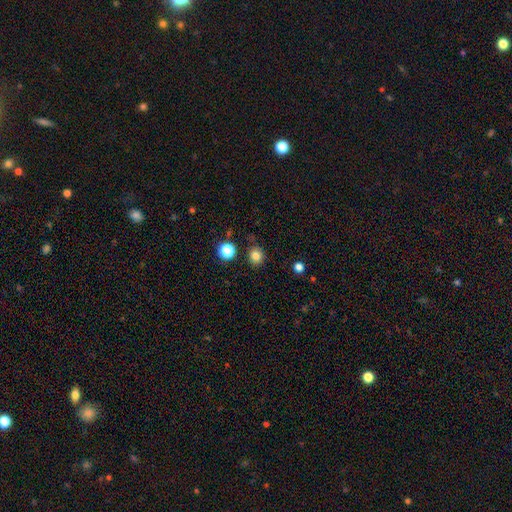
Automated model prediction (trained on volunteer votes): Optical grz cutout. It shows a smooth galaxy with no disk features (81%) that is round (81%). Merging: none (87%).